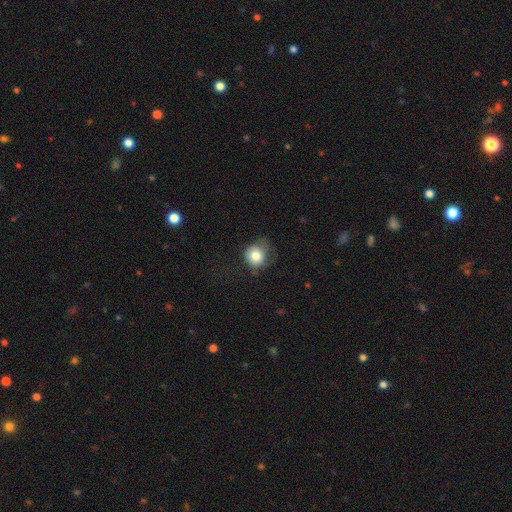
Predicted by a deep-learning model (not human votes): Overall: smooth (79%). How rounded: round (81%). Merging: none (50%; minor disturbance 31%).